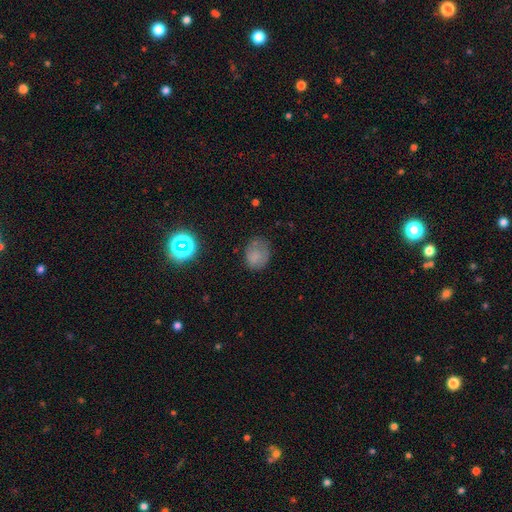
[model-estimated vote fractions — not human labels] Smooth or featured: smooth — 73% (star or artifact — 15%)
How rounded: round — 52% (in between — 47%)
Merging: none — 58% (minor disturbance — 27%)